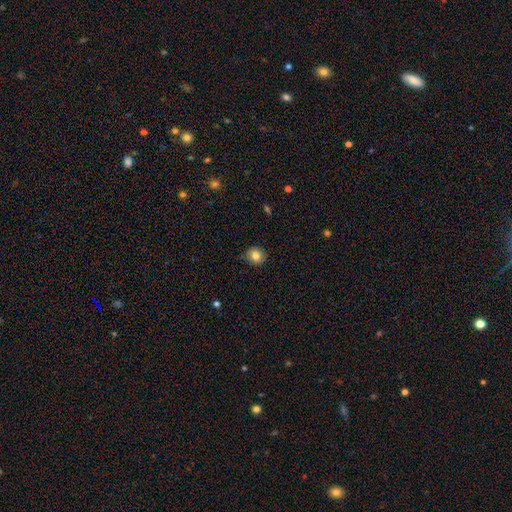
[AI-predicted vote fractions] Smooth or featured? Predicted: smooth (p=0.81). How rounded? Predicted: round (p=0.85). Merging? Predicted: none (p=0.77).